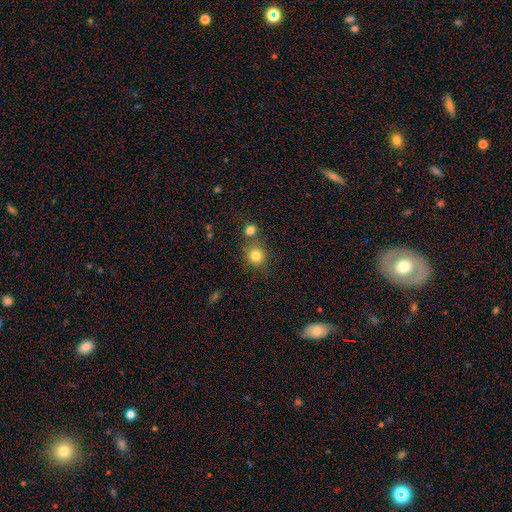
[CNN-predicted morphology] Smooth or featured: smooth — 82% (star or artifact — 11%)
How rounded: round — 86% (in between — 13%)
Merging: none — 65% (merger — 20%)